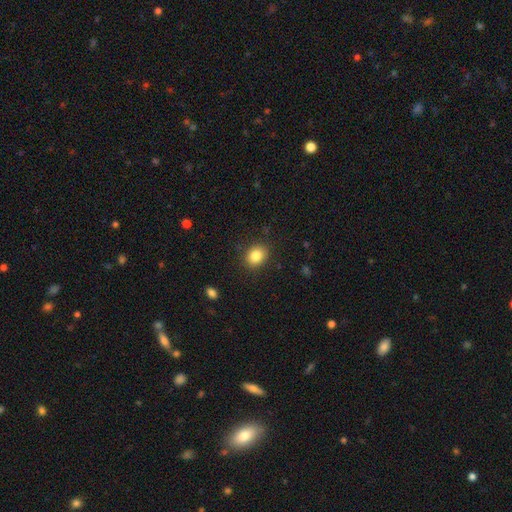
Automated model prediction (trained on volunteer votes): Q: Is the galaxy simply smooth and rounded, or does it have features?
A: smooth — 84%.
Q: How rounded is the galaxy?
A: round — 54%.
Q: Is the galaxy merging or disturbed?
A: none — 88%.